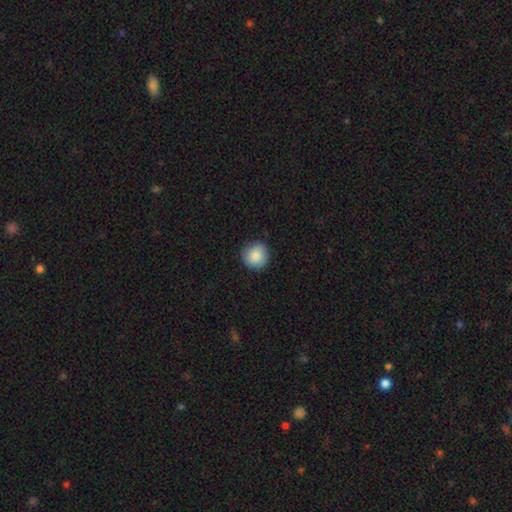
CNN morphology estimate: smooth 86%, star or artifact 7%, featured or disk 6%. Down the decision tree: how rounded — round (93%); merging — none (88%).